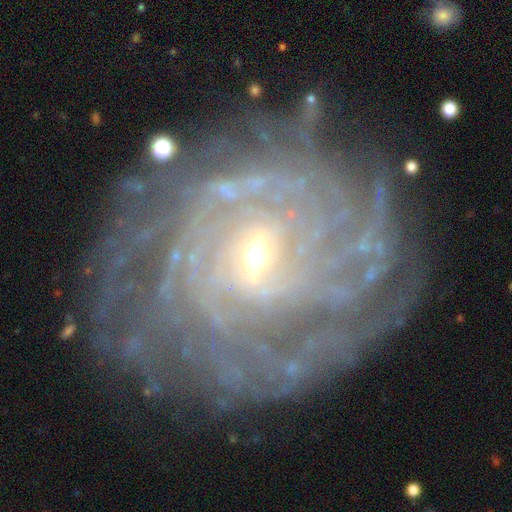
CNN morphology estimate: smooth-or-featured: featured or disk: 91% | star or artifact: 5% | smooth: 4%
  disk-edge-on: no: 97% | yes: 3%
    bar: weak: 45% | no: 34% | strong: 20%
    has-spiral-arms: yes: 97% | no: 3%
      spiral-winding: tight: 76% | medium: 19% | loose: 6%
      spiral-arm-count: more than 4: 26% | can't tell: 25% | 4: 19% | 3: 11% | 2: 11% | 1: 8%
    bulge-size: small: 65% | moderate: 31% | large: 2% | none: 1% | dominant: 1%
  merging: none: 67% | minor disturbance: 18% | major disturbance: 12% | merger: 2%